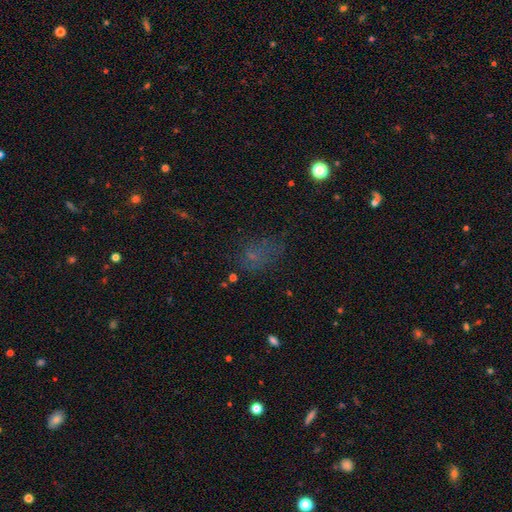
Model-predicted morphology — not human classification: A smooth galaxy with no disk features (50%) that is in between round and cigar-shaped (67%). Merging: none (53%).